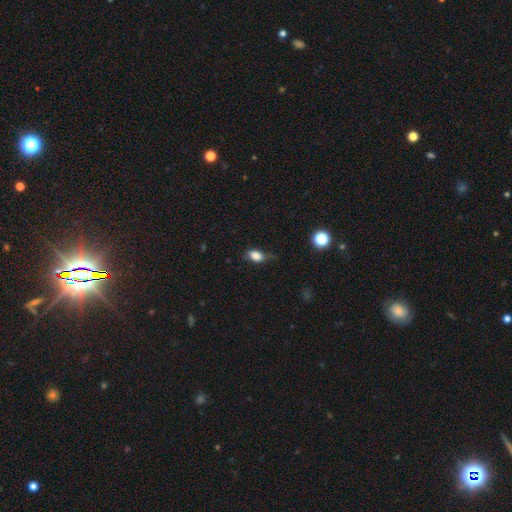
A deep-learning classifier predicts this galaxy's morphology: Smooth or featured? smooth (81%)
How rounded? in between (83%)
Merging? none (55%)